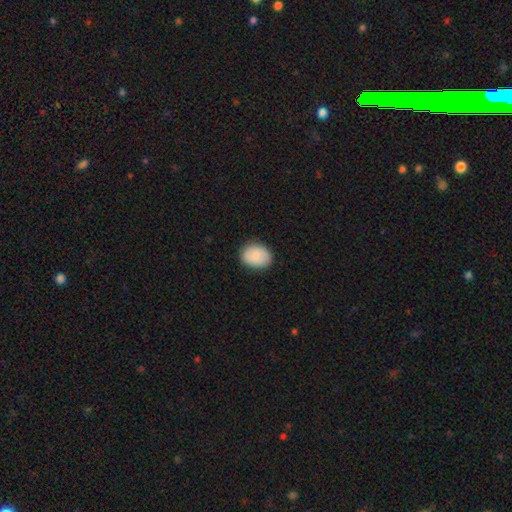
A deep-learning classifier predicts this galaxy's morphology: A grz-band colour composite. It shows a smooth galaxy with no disk features (79%) that is in between round and cigar-shaped (58%). Merging: none (84%).